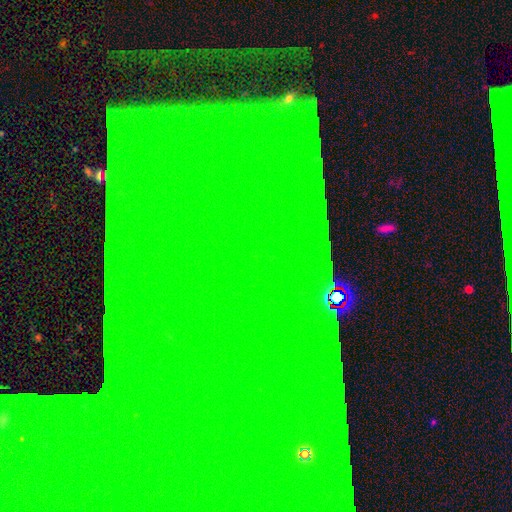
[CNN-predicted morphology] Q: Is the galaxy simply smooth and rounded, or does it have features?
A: star or artifact — 85%.